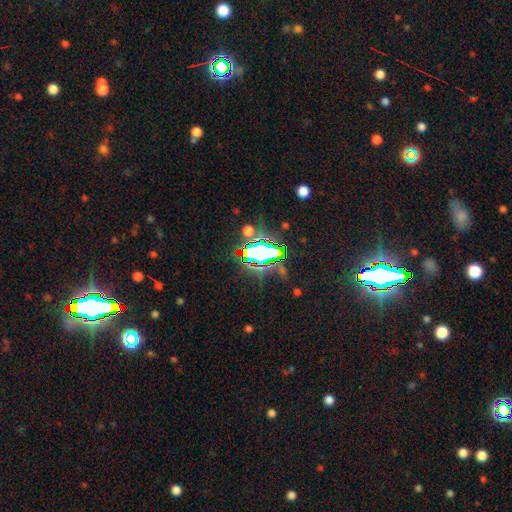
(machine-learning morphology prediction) The model was most divided on "smooth or featured": star or artifact: 76%, smooth: 13%, featured or disk: 11%.